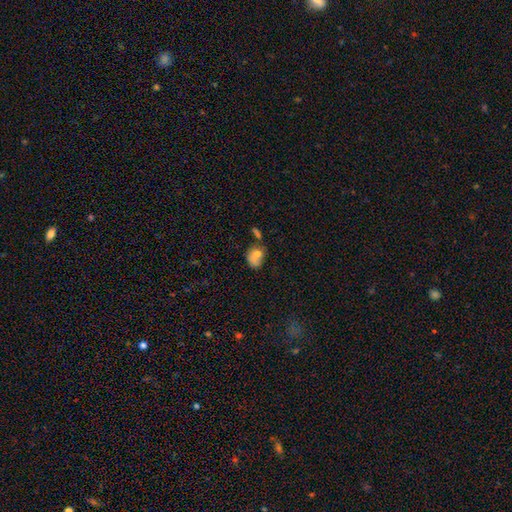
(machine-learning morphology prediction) Smooth or featured? Predicted: smooth (p=0.69). How rounded? Predicted: in between (p=0.65). Merging? Predicted: none (p=0.33).